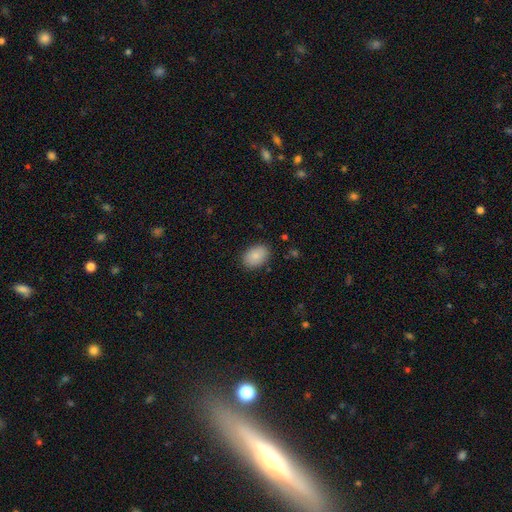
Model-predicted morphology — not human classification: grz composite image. It shows a smooth galaxy with no disk features (86%) that is in between round and cigar-shaped (83%). Merging: none (86%).